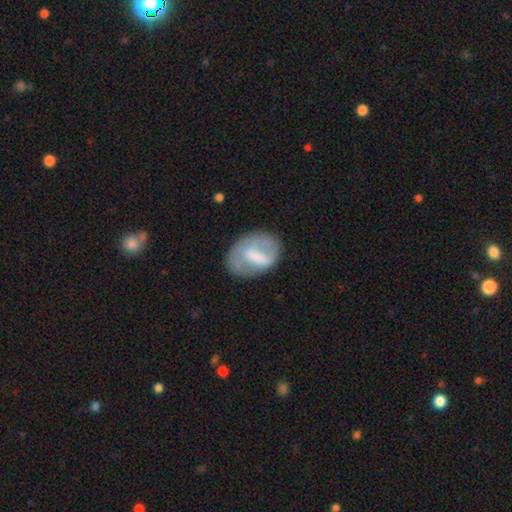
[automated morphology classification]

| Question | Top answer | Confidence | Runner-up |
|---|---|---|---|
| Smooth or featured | smooth | 51% | featured or disk (42%) |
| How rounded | in between | 76% | round (22%) |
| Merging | none | 58% | minor disturbance (24%) |